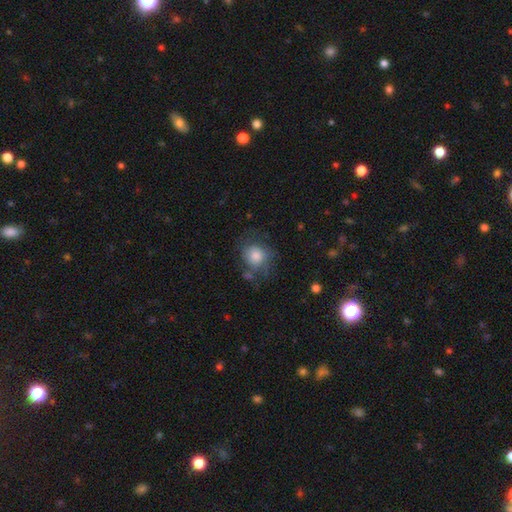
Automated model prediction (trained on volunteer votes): Smooth or featured: smooth — 74% (featured or disk — 16%)
How rounded: round — 75% (in between — 24%)
Merging: none — 54% (minor disturbance — 24%)